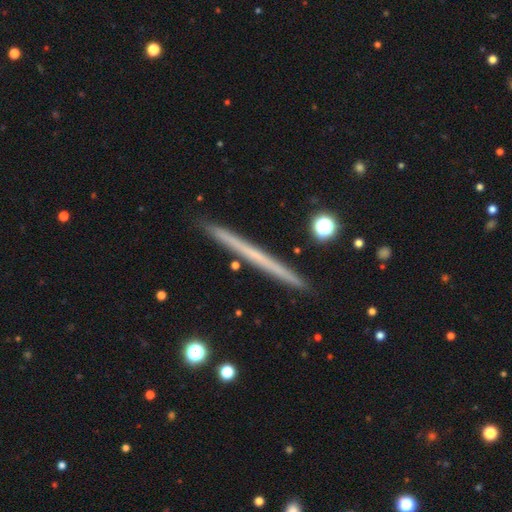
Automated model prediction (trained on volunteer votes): This appears to be a featured or disk galaxy (56%) viewed edge-on (97%) with no central bulge (92%). Merging: none (90%).